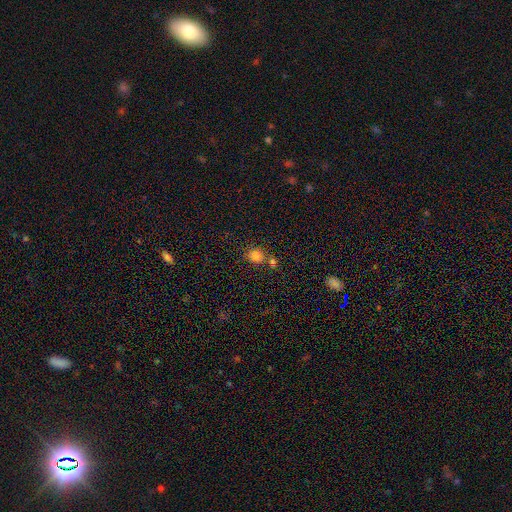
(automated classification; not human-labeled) Q: Smooth or featured?
A: smooth (81%); runner-up: star or artifact (13%)
Q: How rounded?
A: round (67%); runner-up: in between (32%)
Q: Merging?
A: none (62%); runner-up: merger (23%)